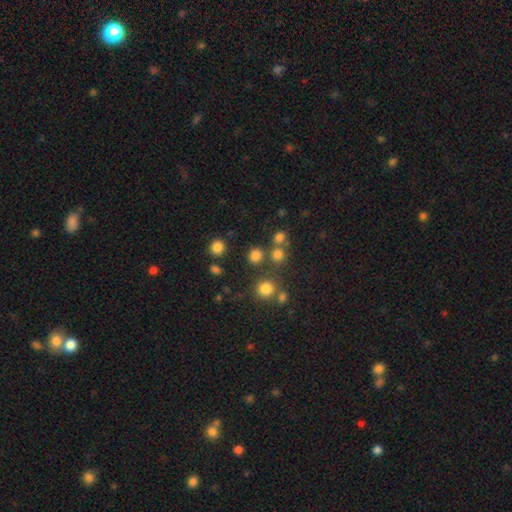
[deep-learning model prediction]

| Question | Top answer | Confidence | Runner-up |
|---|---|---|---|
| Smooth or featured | smooth | 77% | star or artifact (17%) |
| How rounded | round | 86% | in between (13%) |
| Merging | none | 75% | merger (13%) |